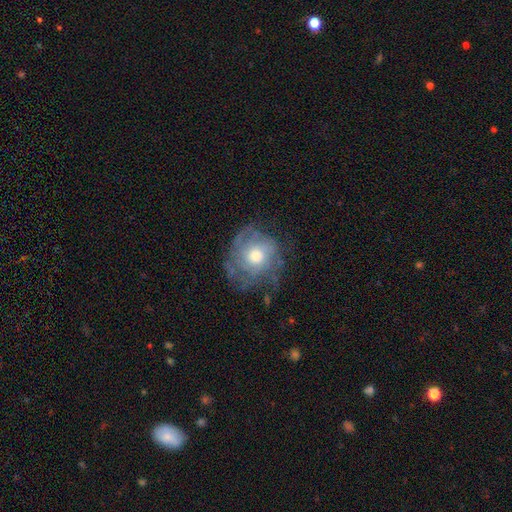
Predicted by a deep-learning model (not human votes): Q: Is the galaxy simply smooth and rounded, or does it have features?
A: featured or disk — 61%.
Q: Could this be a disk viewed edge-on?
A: no — 97%.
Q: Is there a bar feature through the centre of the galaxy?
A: no — 85%.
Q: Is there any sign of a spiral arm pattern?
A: yes — 70%.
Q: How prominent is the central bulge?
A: moderate — 62%.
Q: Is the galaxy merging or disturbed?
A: none — 61%.